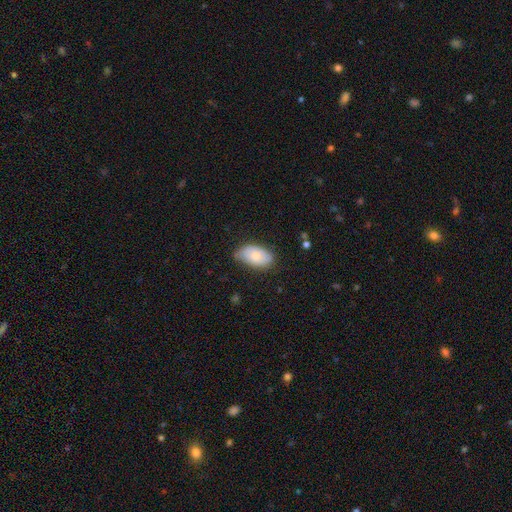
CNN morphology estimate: Smooth or featured? Predicted: smooth (p=0.70). How rounded? Predicted: in between (p=0.93). Merging? Predicted: none (p=0.67).